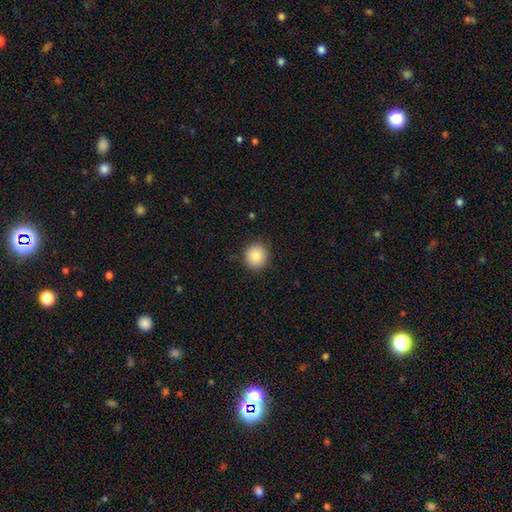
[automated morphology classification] type=smooth (86%); roundness=round (92%); merging=none (90%).